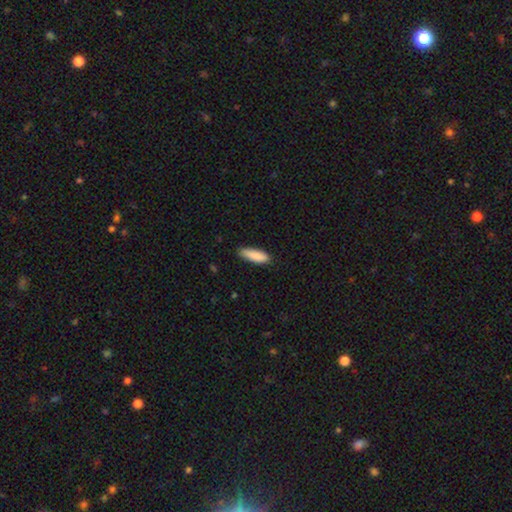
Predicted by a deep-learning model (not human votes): This is clearly a smooth galaxy (88%). How rounded: possibly cigar-shaped (52%). Merging: clearly none (83%).